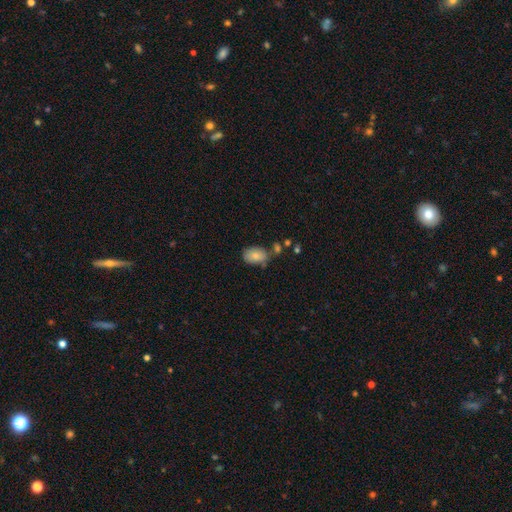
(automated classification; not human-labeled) smooth 83%, featured or disk 9%, star or artifact 8%. Down the decision tree: how rounded — in between (87%); merging — none (65%).